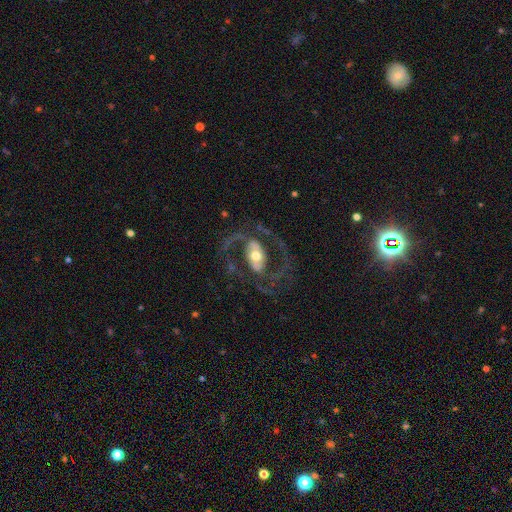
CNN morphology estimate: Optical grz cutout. It shows a featured or disk galaxy (89%) with a strong bar (37%), 2 (88%) medium (56%) spiral arms (94%) and a moderate central bulge (64%). Merging: none (69%).